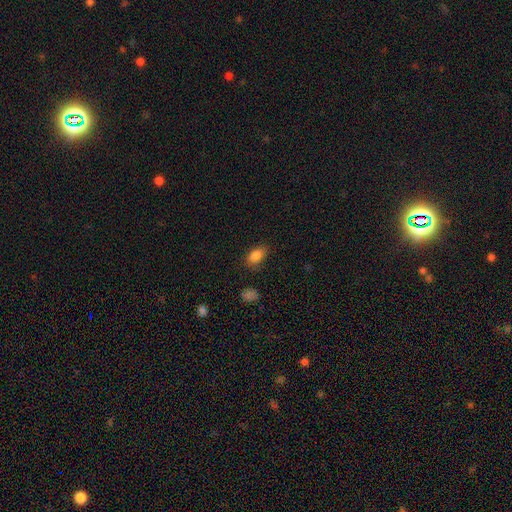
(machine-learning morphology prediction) A smooth galaxy with no disk features (84%) that is in between round and cigar-shaped (87%). Merging: none (79%).